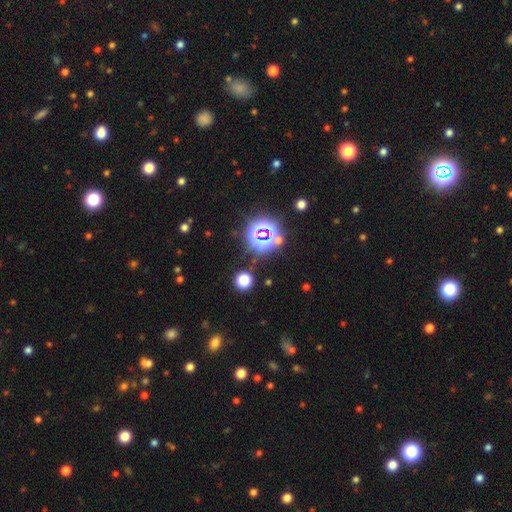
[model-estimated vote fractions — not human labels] Smooth or featured?
  - star or artifact: 77% *
  - smooth: 16%
  - featured or disk: 7%